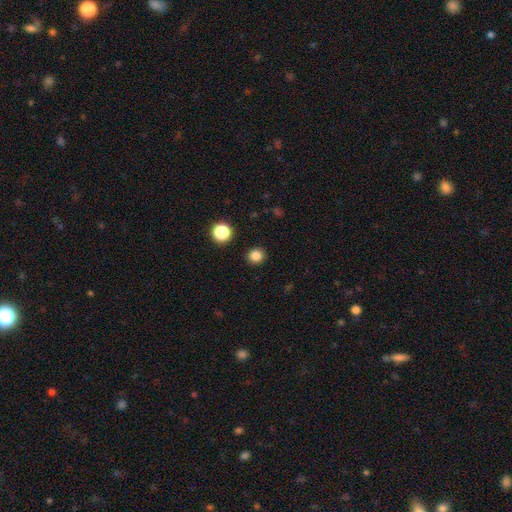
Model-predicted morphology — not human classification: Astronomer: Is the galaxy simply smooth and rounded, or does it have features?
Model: smooth — 83%.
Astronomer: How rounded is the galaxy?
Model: round — 90%.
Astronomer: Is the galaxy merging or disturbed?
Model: none — 92%.